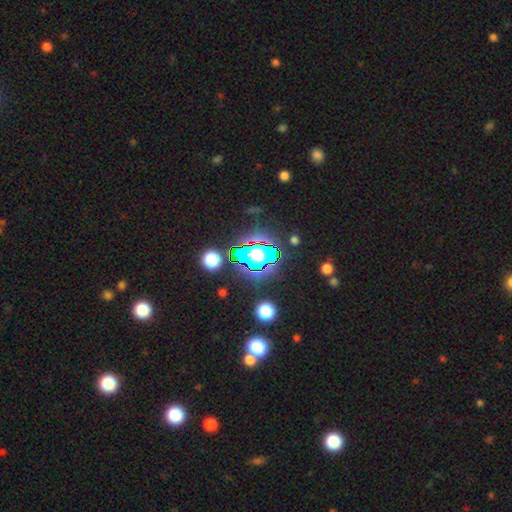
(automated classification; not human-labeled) This is likely a star or artifact rather than a galaxy (65%).